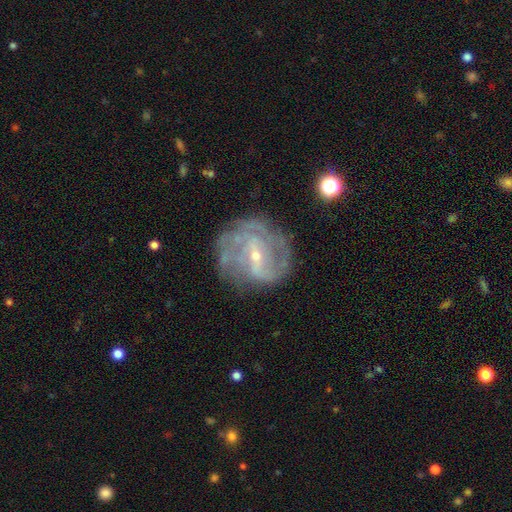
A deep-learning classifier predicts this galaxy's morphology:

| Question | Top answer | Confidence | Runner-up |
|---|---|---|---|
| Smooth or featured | featured or disk | 82% | smooth (11%) |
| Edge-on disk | no | 97% | yes (3%) |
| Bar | weak | 48% | no (27%) |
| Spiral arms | yes | 86% | no (14%) |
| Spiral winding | tight | 41% | medium (40%) |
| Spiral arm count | can't tell | 37% | 2 (33%) |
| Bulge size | small | 78% | moderate (18%) |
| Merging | none | 64% | minor disturbance (20%) |